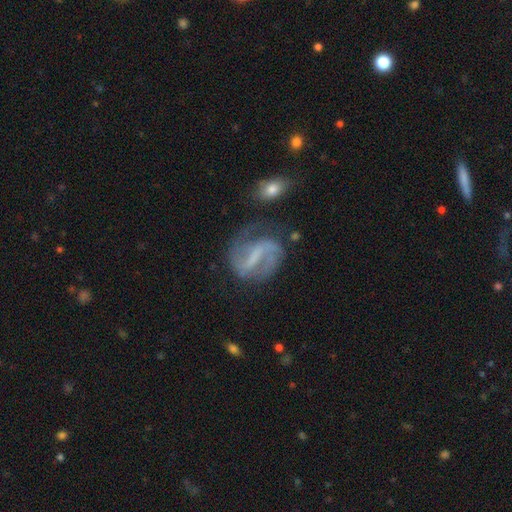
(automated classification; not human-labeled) The model was most divided on "spiral winding": medium: 47%, loose: 34%, tight: 19%. More confident: edge-on disk — no (97%); spiral arms — yes (93%); spiral arm count — 2 (86%); smooth or featured — featured or disk (83%); merging — none (66%); bar — strong (56%); bulge size — none (54%).